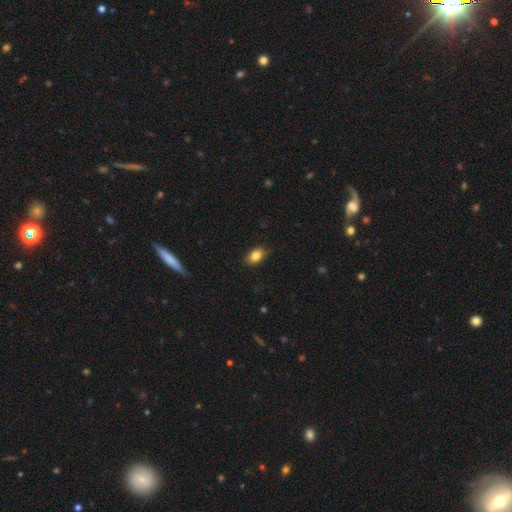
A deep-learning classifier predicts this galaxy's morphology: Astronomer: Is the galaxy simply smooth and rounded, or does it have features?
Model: smooth — 84%.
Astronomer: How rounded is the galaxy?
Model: in between — 81%.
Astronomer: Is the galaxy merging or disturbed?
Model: none — 83%.